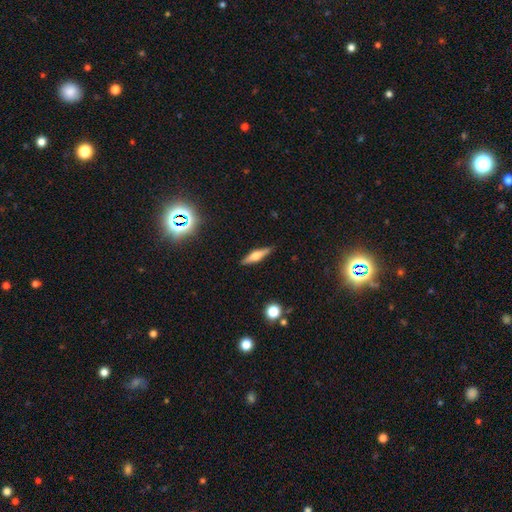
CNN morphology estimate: Smooth or featured? Predicted: featured or disk (p=0.58). Edge-on disk? Predicted: yes (p=0.95). Edge-on bulge? Predicted: rounded (p=0.90). Merging? Predicted: none (p=0.89).